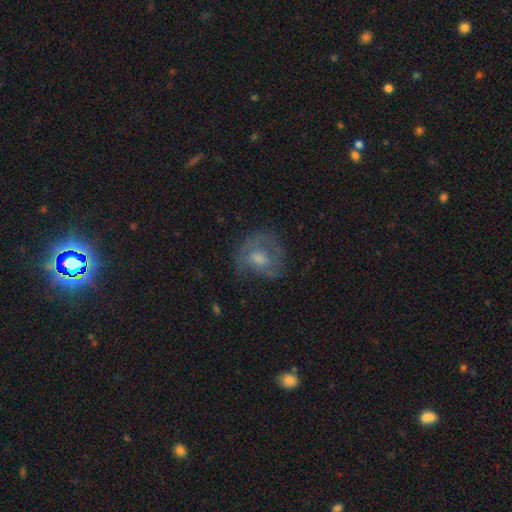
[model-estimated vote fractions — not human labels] smooth-or-featured: featured or disk: 53% | smooth: 36% | star or artifact: 11%
  disk-edge-on: no: 96% | yes: 4%
    bar: no: 67% | weak: 28% | strong: 5%
    has-spiral-arms: yes: 61% | no: 39%
    bulge-size: moderate: 55% | small: 21% | large: 14% | none: 8% | dominant: 2%
  merging: none: 60% | minor disturbance: 22% | major disturbance: 17% | merger: 2%